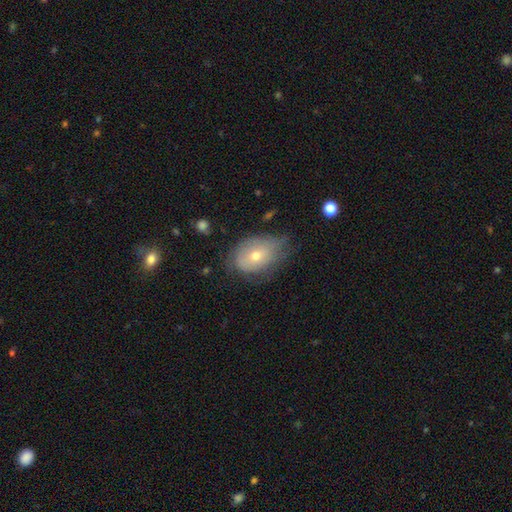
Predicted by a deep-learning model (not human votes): The model was most divided on "merging": none: 49%, minor disturbance: 36%, major disturbance: 13%, merger: 2%. More confident: how rounded — in between (79%); smooth or featured — smooth (59%).